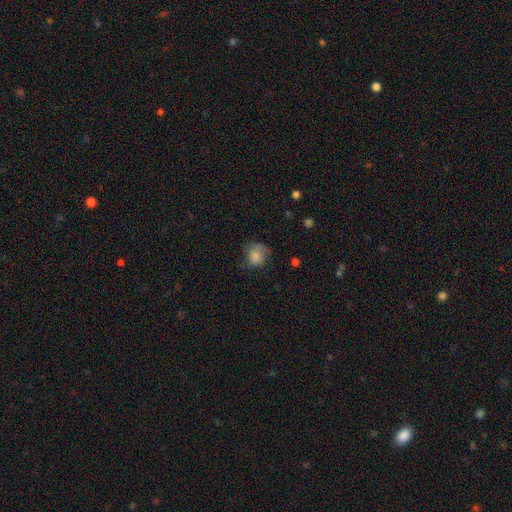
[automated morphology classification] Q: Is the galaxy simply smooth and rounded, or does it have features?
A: smooth — 76%.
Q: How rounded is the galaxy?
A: round — 75%.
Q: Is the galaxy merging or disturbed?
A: none — 55%.